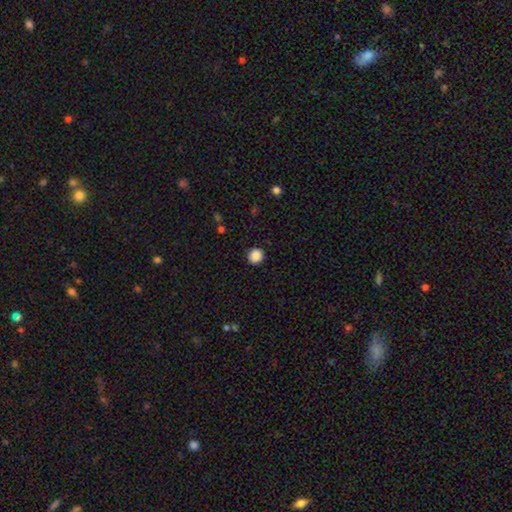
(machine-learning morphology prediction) smooth_or_featured: smooth (p=0.88) [alt: star or artifact p=0.09]
how_rounded: round (p=0.90) [alt: in between p=0.09]
merging: none (p=0.90) [alt: minor disturbance p=0.07]